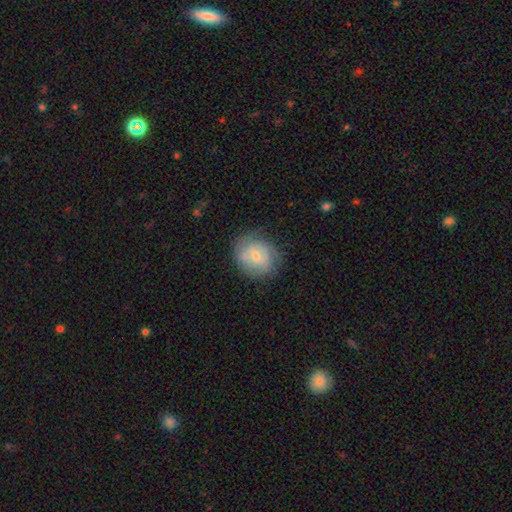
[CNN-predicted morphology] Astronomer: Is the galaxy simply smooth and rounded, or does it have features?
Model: smooth — 57% (runner-up: featured or disk, 36%).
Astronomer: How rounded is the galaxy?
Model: round — 75%.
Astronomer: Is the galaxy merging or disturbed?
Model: none — 68%.